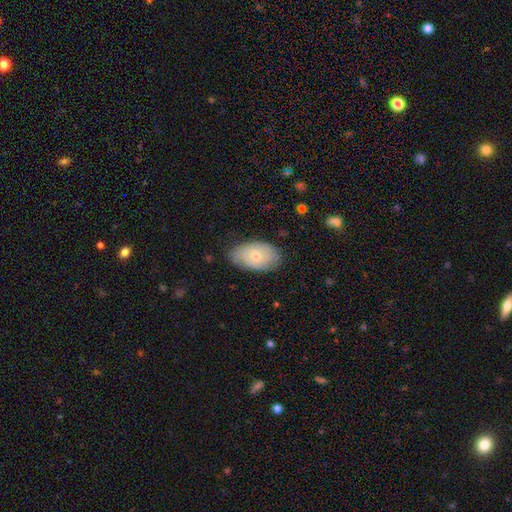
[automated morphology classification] A smooth galaxy with no disk features (53%) that is in between round and cigar-shaped (92%). Merging: none (73%).